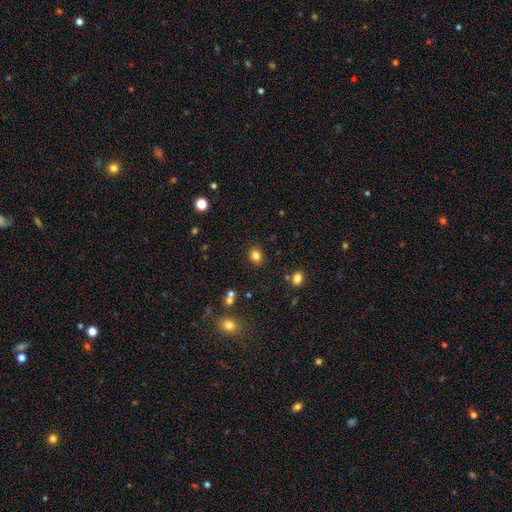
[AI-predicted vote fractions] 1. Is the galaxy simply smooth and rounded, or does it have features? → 82% smooth, 12% star or artifact, 6% featured or disk.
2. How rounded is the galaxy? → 70% round, 29% in between, 1% cigar-shaped.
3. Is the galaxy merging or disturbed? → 87% none, 8% minor disturbance, 2% major disturbance, 2% merger.